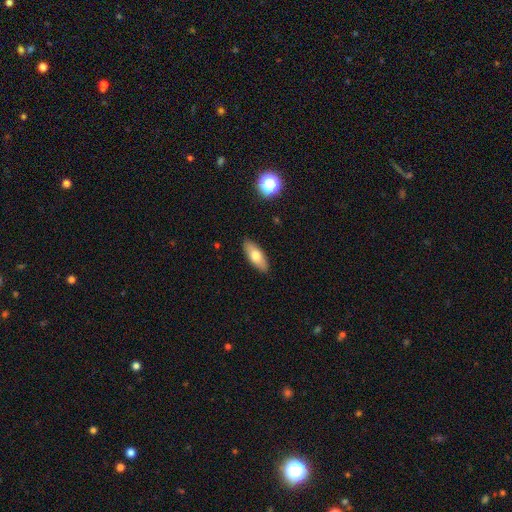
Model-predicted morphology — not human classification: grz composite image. It shows a smooth galaxy with no disk features (70%) that is in between round and cigar-shaped (75%). Merging: none (89%).